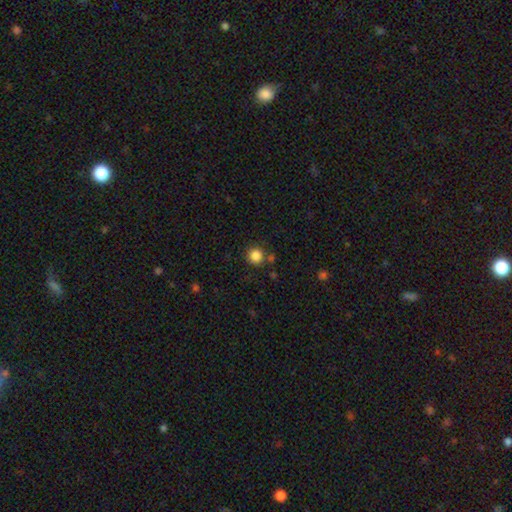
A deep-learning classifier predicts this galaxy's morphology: type=smooth (85%); roundness=round (93%); merging=none (82%).